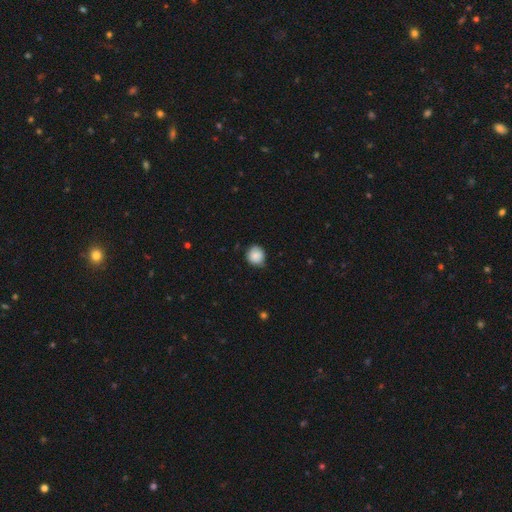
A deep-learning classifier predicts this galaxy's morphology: This is clearly a smooth galaxy (86%). How rounded: clearly round (86%). Merging: likely none (74%).